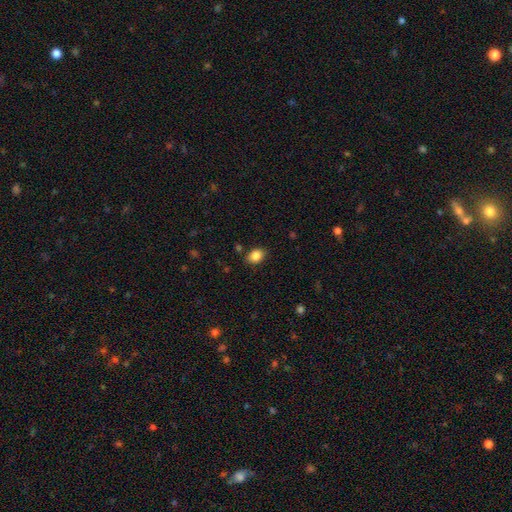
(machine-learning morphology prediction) Smooth or featured: smooth — 86% (star or artifact — 9%)
How rounded: in between — 70% (round — 29%)
Merging: none — 85% (minor disturbance — 10%)